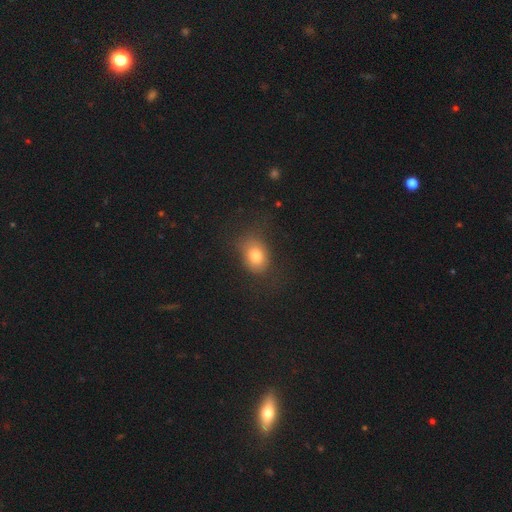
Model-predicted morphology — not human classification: smooth_or_featured: smooth (p=0.77) [alt: star or artifact p=0.12]
how_rounded: in between (p=0.60) [alt: round p=0.39]
merging: none (p=0.64) [alt: minor disturbance p=0.22]